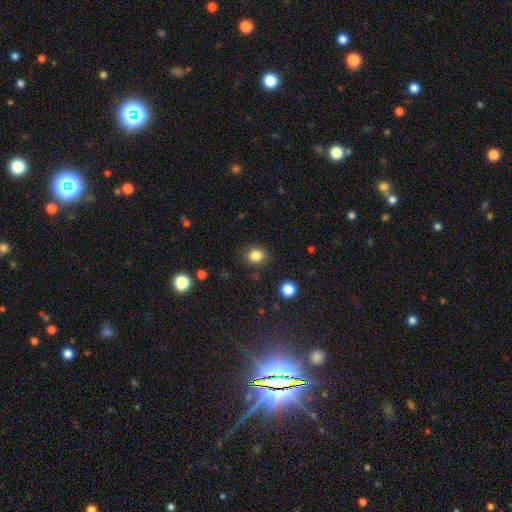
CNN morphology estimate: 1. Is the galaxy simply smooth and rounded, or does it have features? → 84% smooth, 11% star or artifact, 5% featured or disk.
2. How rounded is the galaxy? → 71% round, 29% in between, 1% cigar-shaped.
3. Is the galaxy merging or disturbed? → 88% none, 8% minor disturbance, 3% major disturbance, 2% merger.